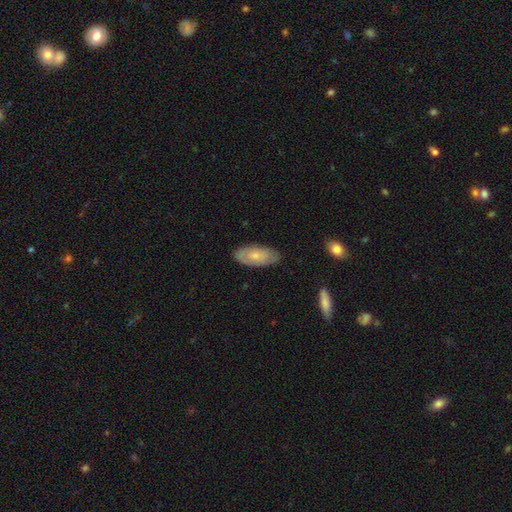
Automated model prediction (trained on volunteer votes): Smooth or featured?
  - smooth: 62% *
  - featured or disk: 32%
  - star or artifact: 6%
How rounded?
  - in between: 90% *
  - cigar-shaped: 7%
  - round: 3%
Merging?
  - none: 81% *
  - minor disturbance: 15%
  - major disturbance: 3%
  - merger: 1%